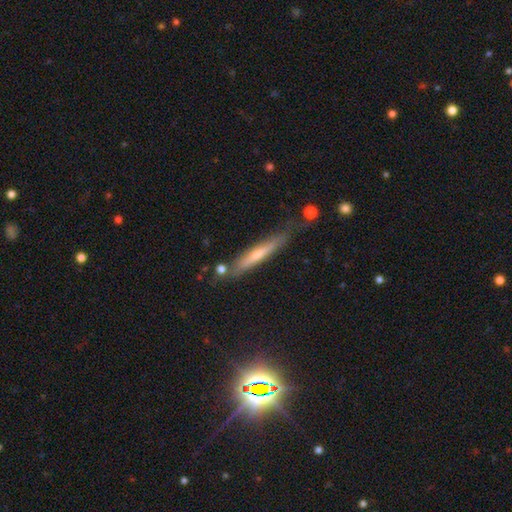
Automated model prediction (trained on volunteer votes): smooth_or_featured: featured or disk (p=0.51) [alt: smooth p=0.42]
disk_edge_on: yes (p=0.90) [alt: no p=0.10]
merging: none (p=0.74) [alt: minor disturbance p=0.18]